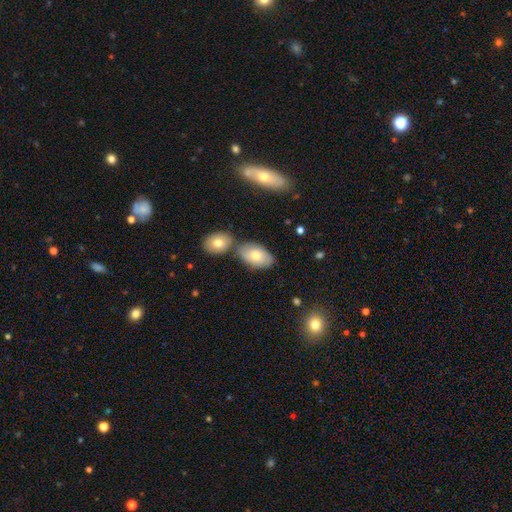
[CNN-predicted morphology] A smooth galaxy with no disk features (71%) that is in between round and cigar-shaped (92%).

Vote fractions:
- Smooth or featured? smooth: 71% / featured or disk: 22% / star or artifact: 7%
- How rounded? in between: 92% / round: 6% / cigar-shaped: 2%
- Merging? none: 62% / merger: 20% / minor disturbance: 15% / major disturbance: 4%